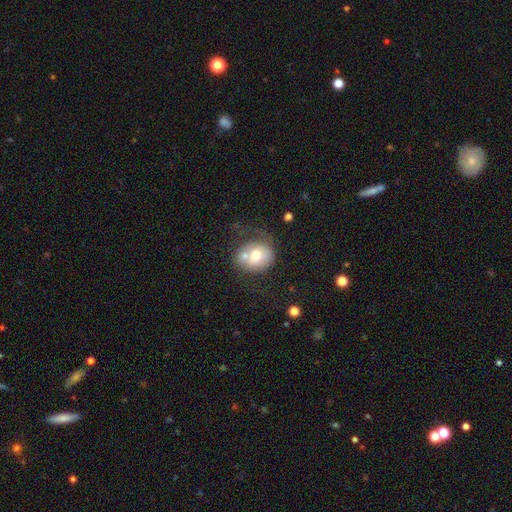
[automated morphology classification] Overall: smooth (60%; featured or disk 32%). How rounded: round (68%; in between 32%). Merging: merger (33%; none 32%).